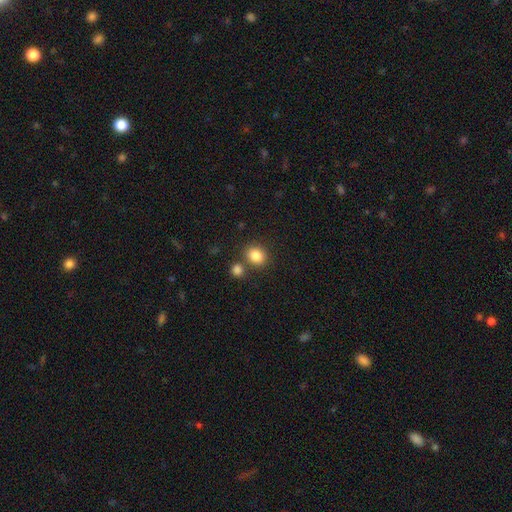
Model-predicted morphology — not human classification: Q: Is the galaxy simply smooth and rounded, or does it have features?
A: smooth — 85%.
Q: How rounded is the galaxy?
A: round — 65%.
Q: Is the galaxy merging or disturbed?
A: none — 72%.